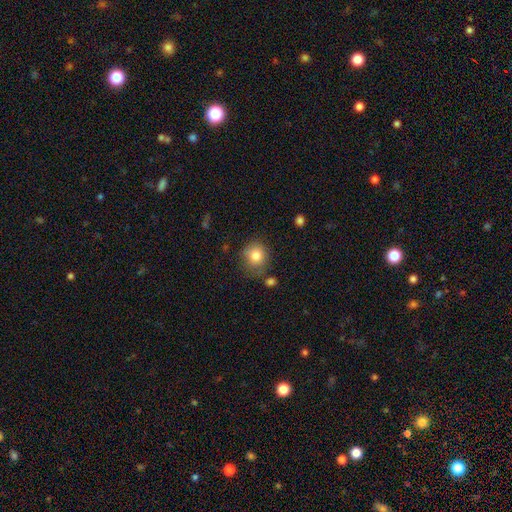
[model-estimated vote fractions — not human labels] smooth-or-featured: smooth: 82% | star or artifact: 10% | featured or disk: 8%
  how-rounded: round: 85% | in between: 15% | cigar-shaped: 1%
  merging: none: 75% | minor disturbance: 16% | major disturbance: 4% | merger: 4%